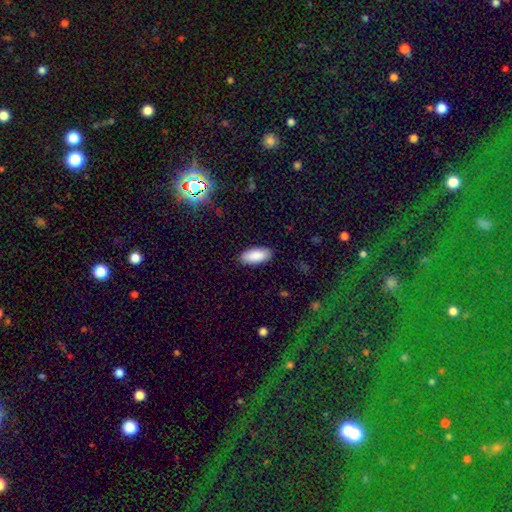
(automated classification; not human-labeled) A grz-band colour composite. It shows a smooth galaxy with no disk features (90%) that is in between round and cigar-shaped (89%). Merging: none (89%).